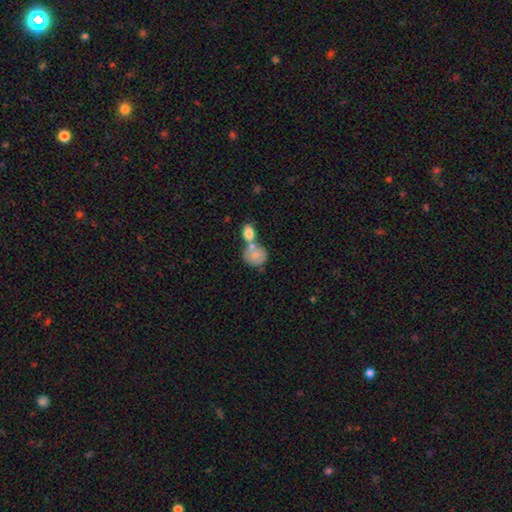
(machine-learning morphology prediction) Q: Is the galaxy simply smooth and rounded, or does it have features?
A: smooth — 74%.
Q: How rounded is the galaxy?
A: round — 69%.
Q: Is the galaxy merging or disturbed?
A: merger — 54%.